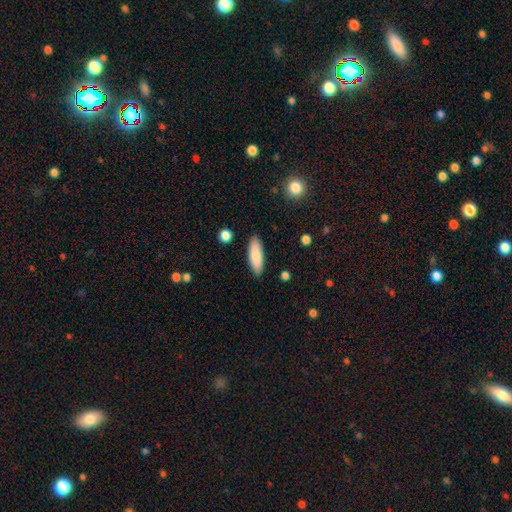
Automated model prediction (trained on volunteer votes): This appears to be a smooth galaxy with no disk features (86%) that is in between round and cigar-shaped (56%). Merging: none (89%).